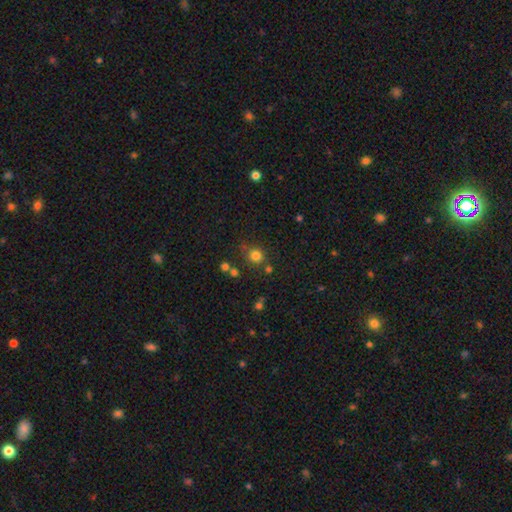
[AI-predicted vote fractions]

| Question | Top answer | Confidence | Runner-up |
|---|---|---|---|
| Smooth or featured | smooth | 77% | star or artifact (16%) |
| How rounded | round | 87% | in between (12%) |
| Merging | none | 74% | minor disturbance (11%) |